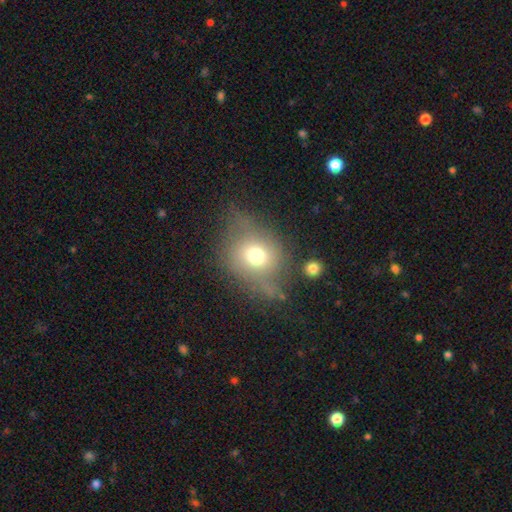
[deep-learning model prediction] Smooth or featured? Predicted: smooth (p=0.61). How rounded? Predicted: round (p=0.65). Merging? Predicted: none (p=0.50).